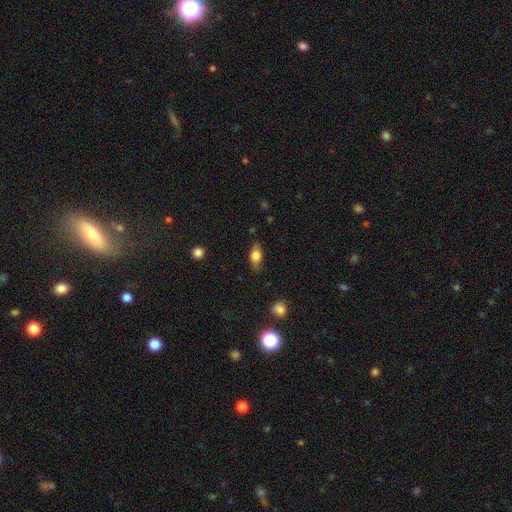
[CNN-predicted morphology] smooth-or-featured: smooth: 73% | featured or disk: 19% | star or artifact: 8%
  how-rounded: in between: 82% | cigar-shaped: 10% | round: 7%
  merging: none: 81% | minor disturbance: 14% | major disturbance: 3% | merger: 1%